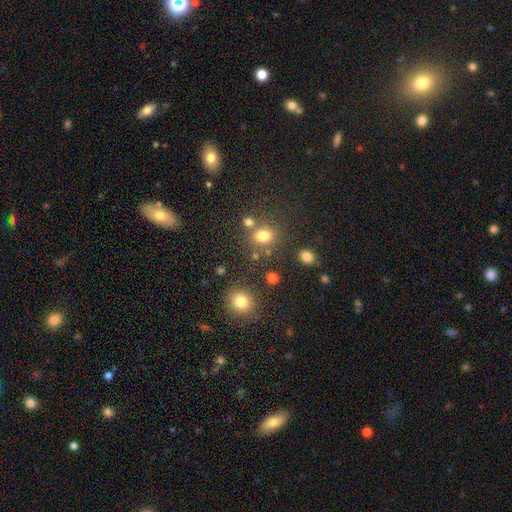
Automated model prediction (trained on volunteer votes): Overall: smooth (71%). How rounded: round (65%; in between 33%). Merging: none (68%).